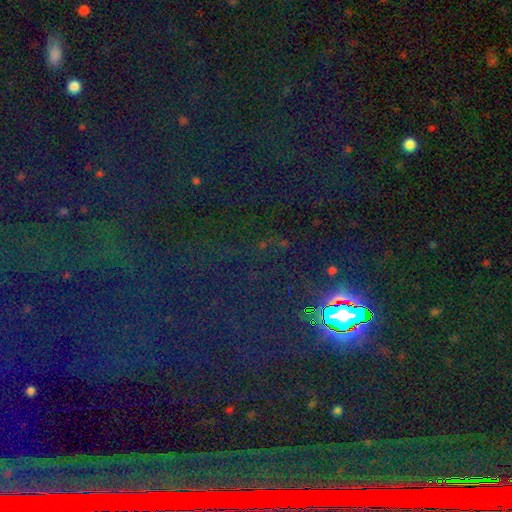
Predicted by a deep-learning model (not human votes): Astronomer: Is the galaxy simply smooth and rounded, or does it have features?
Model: star or artifact — 85%.